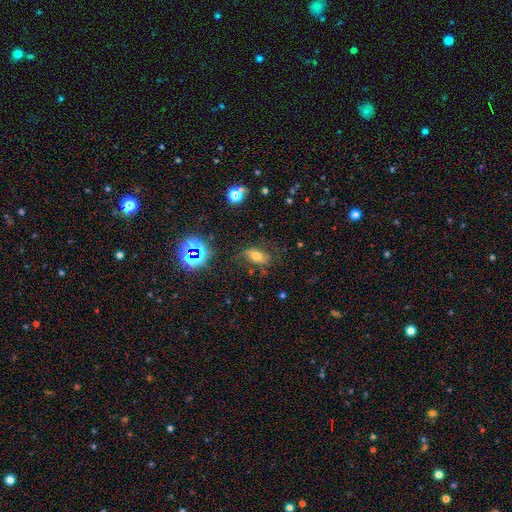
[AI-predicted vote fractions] Smooth or featured?
  - smooth: 46% *
  - featured or disk: 32%
  - star or artifact: 21%
Merging?
  - none: 63% *
  - minor disturbance: 21%
  - major disturbance: 13%
  - merger: 3%